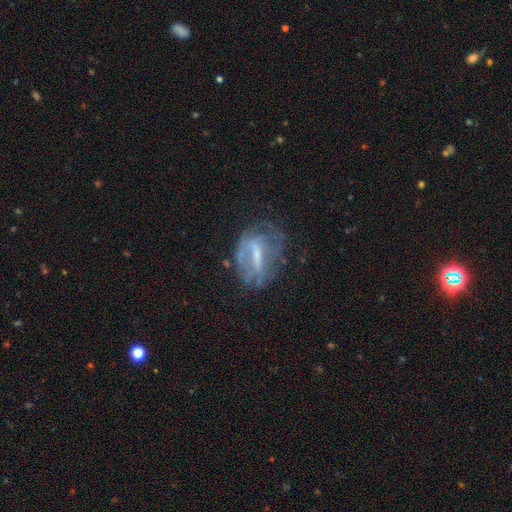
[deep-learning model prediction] Smooth or featured? Predicted: featured or disk (p=0.67). Edge-on disk? Predicted: no (p=0.91). Bar? Predicted: strong (p=0.46). Spiral arms? Predicted: no (p=0.56). Bulge size? Predicted: small (p=0.38). Merging? Predicted: none (p=0.51).